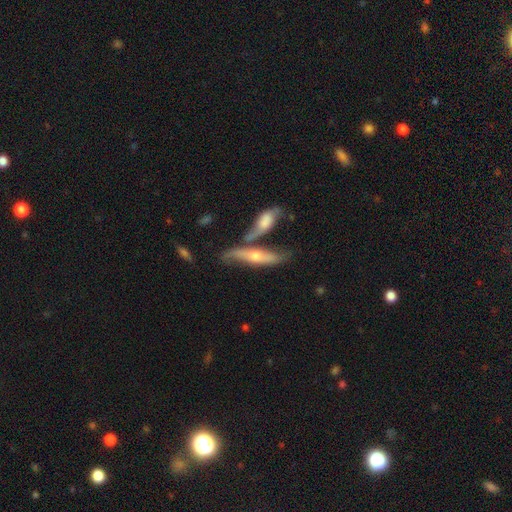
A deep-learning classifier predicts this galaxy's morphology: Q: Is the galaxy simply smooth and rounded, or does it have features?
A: featured or disk — 59%.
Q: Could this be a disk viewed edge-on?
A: yes — 67%.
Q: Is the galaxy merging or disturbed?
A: none — 41%.